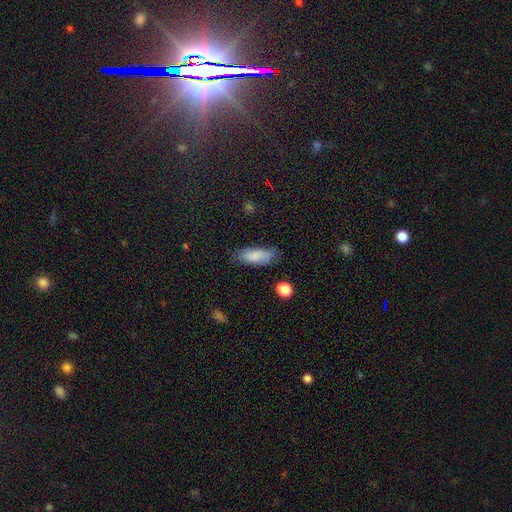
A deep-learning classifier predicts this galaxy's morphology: type=smooth (85%); roundness=in between (77%); merging=none (72%).